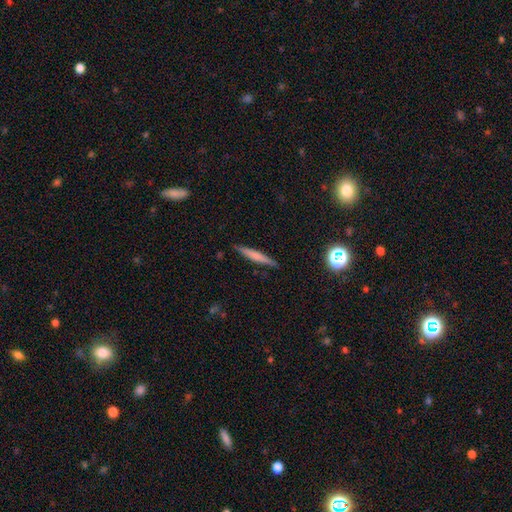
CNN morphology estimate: smooth-or-featured: smooth: 62% | featured or disk: 31% | star or artifact: 7%
  how-rounded: cigar-shaped: 94% | in between: 5% | round: 1%
  merging: none: 88% | minor disturbance: 9% | major disturbance: 2% | merger: 1%